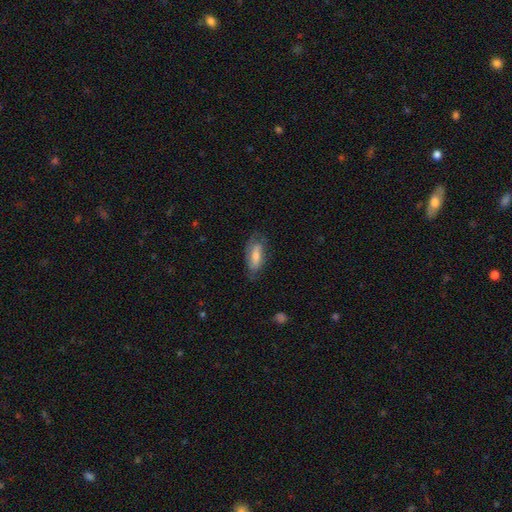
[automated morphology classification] type=smooth (53%); roundness=in between (75%); merging=none (68%).